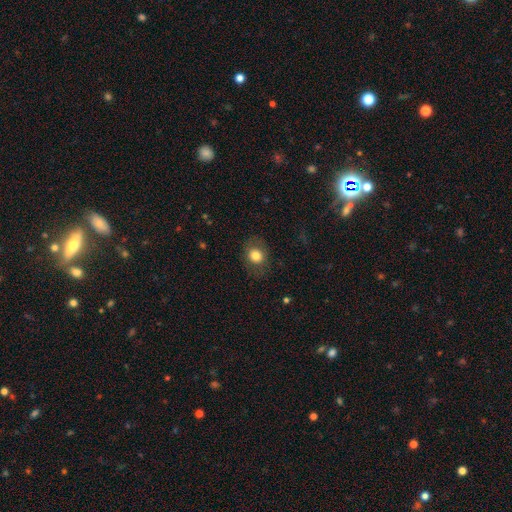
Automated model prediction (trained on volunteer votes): smooth_or_featured: smooth (p=0.78) [alt: featured or disk p=0.13]
how_rounded: round (p=0.60) [alt: in between p=0.39]
merging: none (p=0.78) [alt: minor disturbance p=0.14]